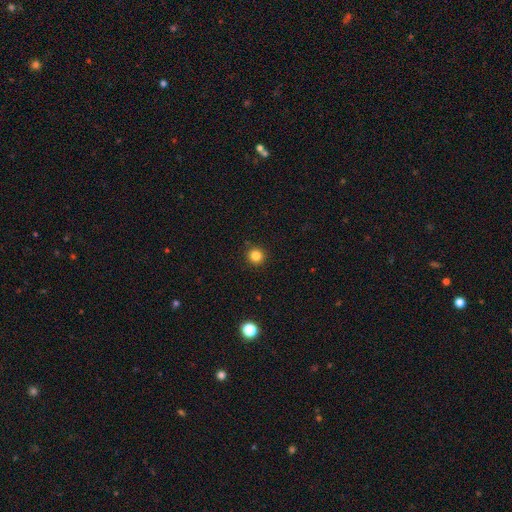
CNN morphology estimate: Q: Smooth or featured?
A: smooth (83%); runner-up: star or artifact (12%)
Q: How rounded?
A: round (95%); runner-up: in between (4%)
Q: Merging?
A: none (92%); runner-up: minor disturbance (5%)